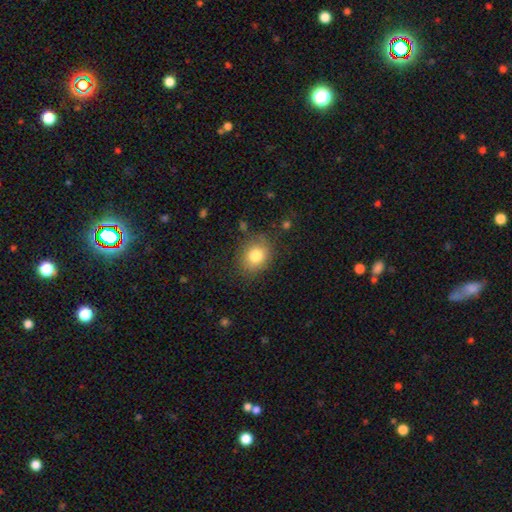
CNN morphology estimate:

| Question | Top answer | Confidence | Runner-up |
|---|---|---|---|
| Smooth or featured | smooth | 81% | star or artifact (10%) |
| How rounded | round | 59% | in between (40%) |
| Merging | none | 80% | minor disturbance (14%) |